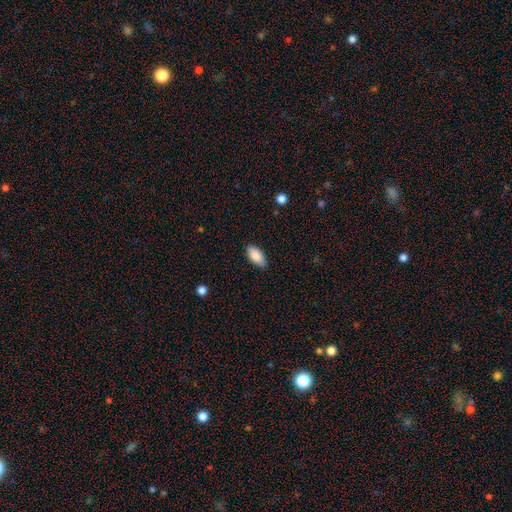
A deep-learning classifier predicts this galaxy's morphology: smooth_or_featured: smooth (p=0.87) [alt: featured or disk p=0.07]
how_rounded: in between (p=0.91) [alt: cigar-shaped p=0.06]
merging: none (p=0.86) [alt: minor disturbance p=0.11]